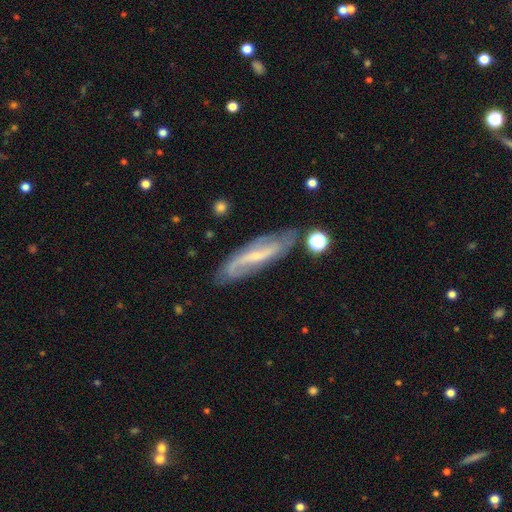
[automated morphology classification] This appears to be a featured or disk galaxy (75%) with a strong bar (40%), spiral arms (88%) and a small central bulge (71%). Merging: none (76%).